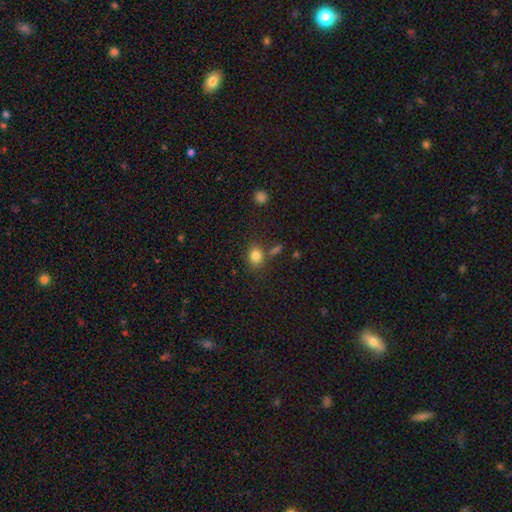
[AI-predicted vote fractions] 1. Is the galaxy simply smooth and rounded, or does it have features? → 83% smooth, 11% star or artifact, 6% featured or disk.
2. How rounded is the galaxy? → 53% round, 46% in between, 1% cigar-shaped.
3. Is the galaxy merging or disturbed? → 71% none, 13% minor disturbance, 11% merger, 5% major disturbance.